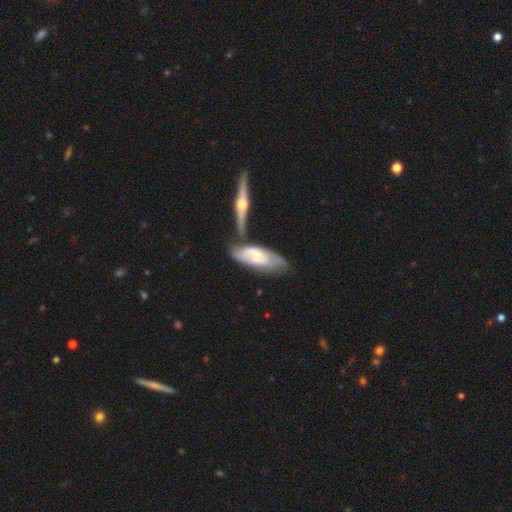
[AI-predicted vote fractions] Smooth or featured? featured or disk (59%)
Edge-on disk? no (77%)
Merging? none (43%)